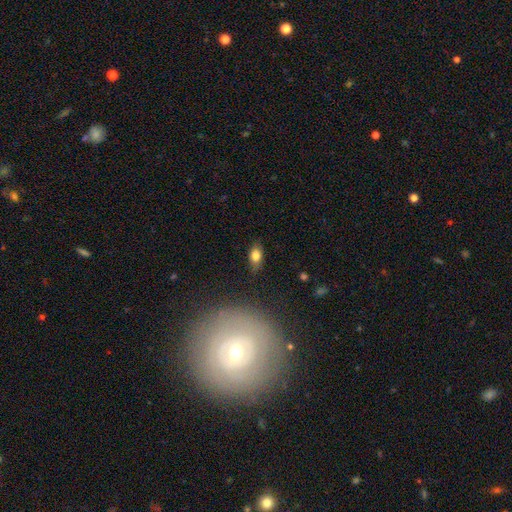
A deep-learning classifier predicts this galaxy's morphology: smooth_or_featured: smooth (p=0.78) [alt: featured or disk p=0.13]
how_rounded: in between (p=0.85) [alt: round p=0.10]
merging: none (p=0.81) [alt: minor disturbance p=0.14]